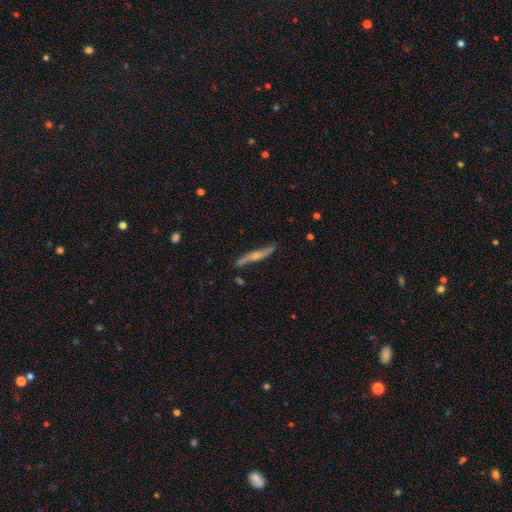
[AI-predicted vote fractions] Smooth or featured: featured or disk — 73% (smooth — 22%)
Edge-on disk: yes — 75% (no — 25%)
Edge-on bulge: rounded — 85% (none — 10%)
Merging: none — 78% (minor disturbance — 16%)